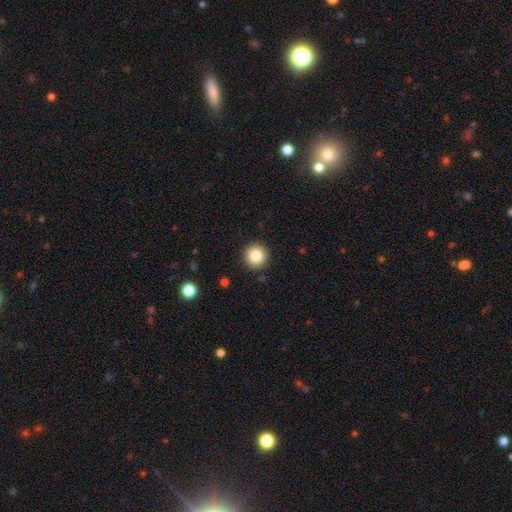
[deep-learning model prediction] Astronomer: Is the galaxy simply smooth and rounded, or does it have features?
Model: smooth — 84%.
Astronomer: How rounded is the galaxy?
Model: round — 96%.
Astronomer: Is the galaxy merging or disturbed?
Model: none — 91%.